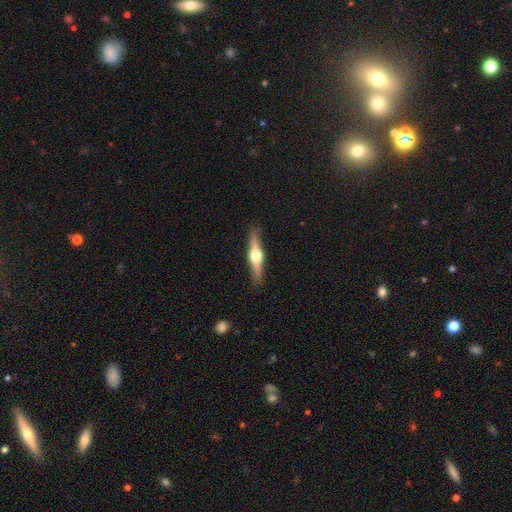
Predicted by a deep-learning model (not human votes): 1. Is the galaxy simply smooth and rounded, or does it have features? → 69% featured or disk, 26% smooth, 5% star or artifact.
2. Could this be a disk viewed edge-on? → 97% yes, 3% no.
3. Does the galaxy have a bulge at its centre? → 96% rounded, 2% boxy, 2% none.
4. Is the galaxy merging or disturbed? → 89% none, 8% minor disturbance, 2% major disturbance, 1% merger.